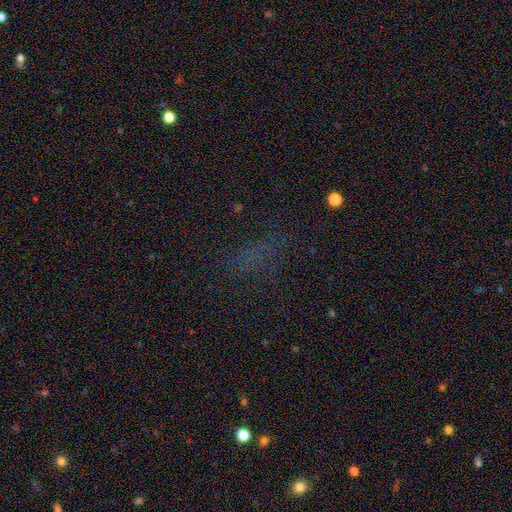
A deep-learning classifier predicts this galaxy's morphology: Q: Smooth or featured?
A: star or artifact (48%); runner-up: smooth (40%)